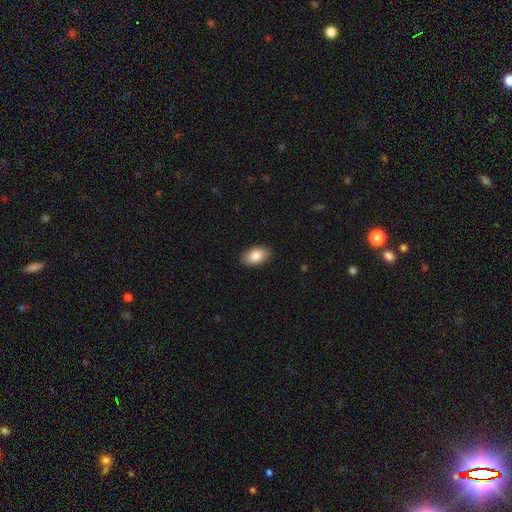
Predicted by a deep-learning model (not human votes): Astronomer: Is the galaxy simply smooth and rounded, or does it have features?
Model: smooth — 86%.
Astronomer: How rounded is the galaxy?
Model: in between — 93%.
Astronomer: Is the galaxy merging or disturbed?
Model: none — 88%.